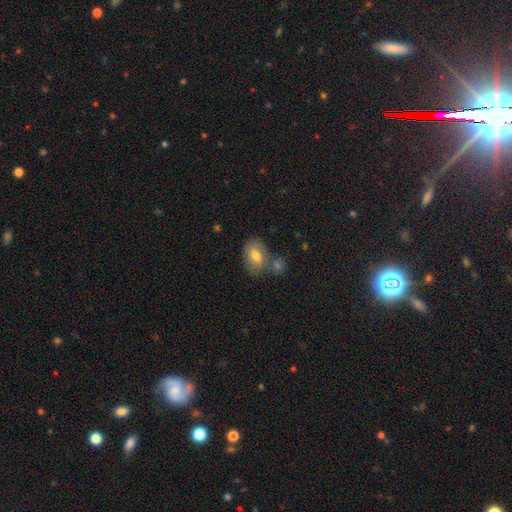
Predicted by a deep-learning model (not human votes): Smooth or featured? Predicted: smooth (p=0.69). How rounded? Predicted: in between (p=0.83). Merging? Predicted: none (p=0.52).